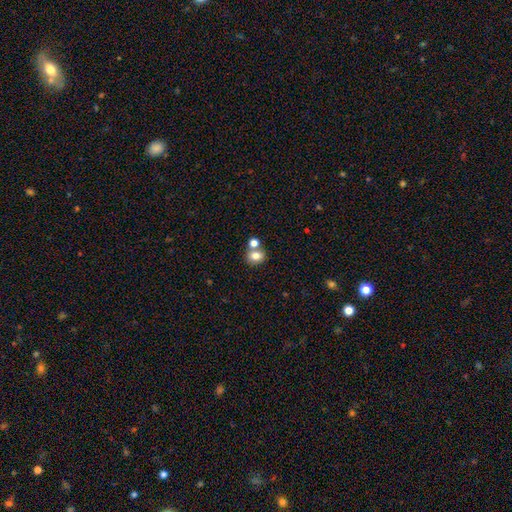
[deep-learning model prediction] Smooth or featured? smooth (79%)
How rounded? round (60%)
Merging? none (56%)